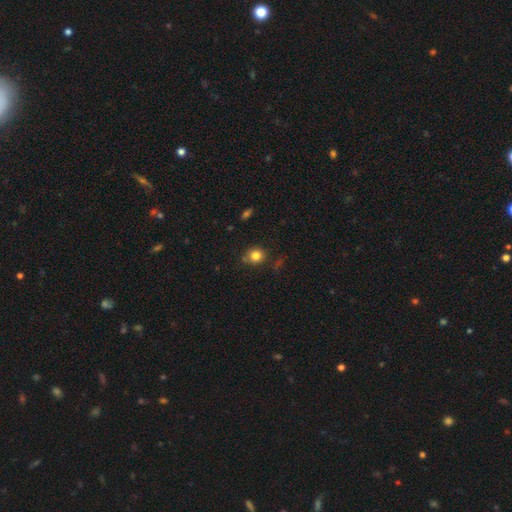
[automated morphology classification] smooth 81%, star or artifact 12%, featured or disk 7%. Down the decision tree: how rounded — round (82%); merging — none (78%).